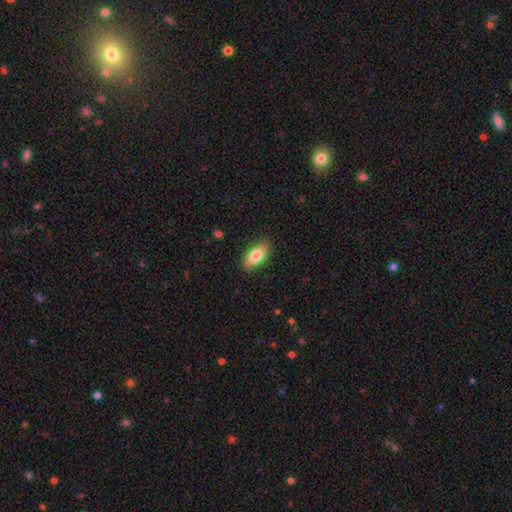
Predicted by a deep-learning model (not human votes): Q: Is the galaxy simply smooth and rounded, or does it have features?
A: smooth — 81%.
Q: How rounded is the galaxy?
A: in between — 88%.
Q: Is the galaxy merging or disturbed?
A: none — 86%.